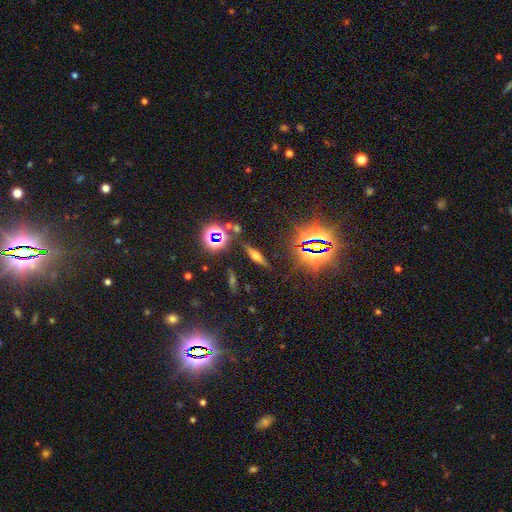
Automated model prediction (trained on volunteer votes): The model was most divided on "smooth or featured": featured or disk: 43%, smooth: 30%, star or artifact: 28%. More confident: merging — none (85%).